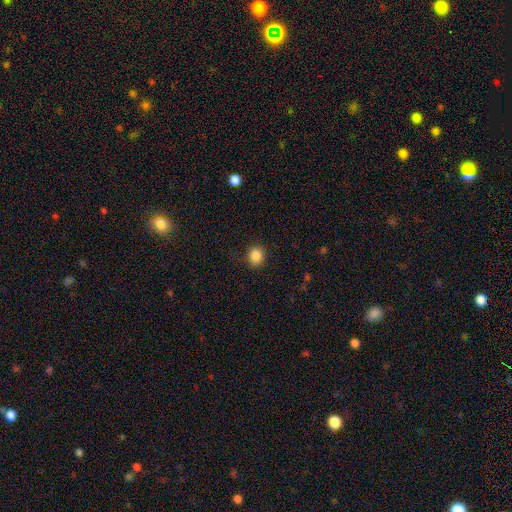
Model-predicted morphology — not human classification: Q: Smooth or featured?
A: smooth (86%); runner-up: star or artifact (10%)
Q: How rounded?
A: round (73%); runner-up: in between (26%)
Q: Merging?
A: none (84%); runner-up: minor disturbance (11%)